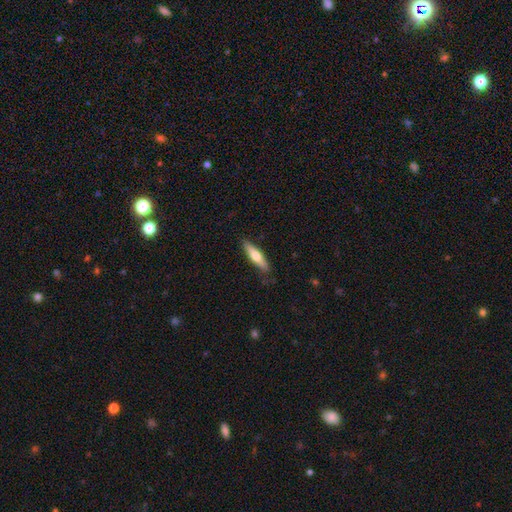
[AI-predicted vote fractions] This appears to be a smooth galaxy with no disk features (55%) that is cigar-shaped (77%). Merging: none (84%).